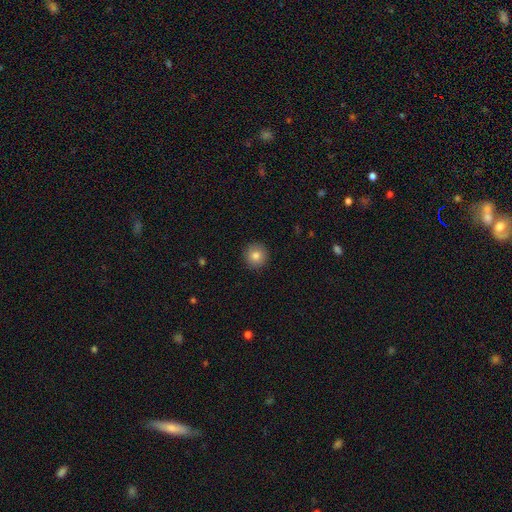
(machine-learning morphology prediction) Smooth or featured? Predicted: smooth (p=0.83). How rounded? Predicted: round (p=0.94). Merging? Predicted: none (p=0.92).